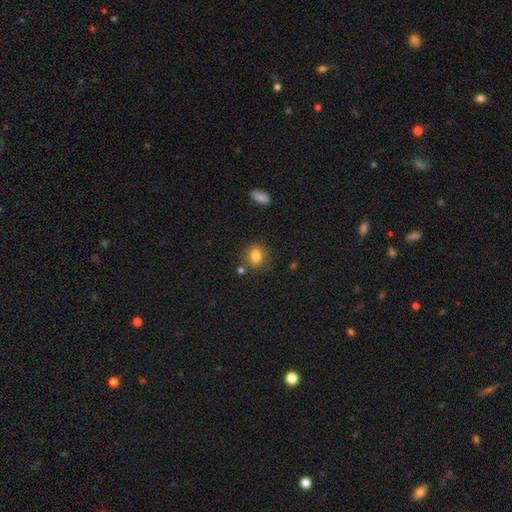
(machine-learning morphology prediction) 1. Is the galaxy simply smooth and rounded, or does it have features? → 82% smooth, 10% star or artifact, 8% featured or disk.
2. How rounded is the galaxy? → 67% round, 32% in between, 1% cigar-shaped.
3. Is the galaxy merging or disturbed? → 77% none, 13% minor disturbance, 6% merger, 4% major disturbance.